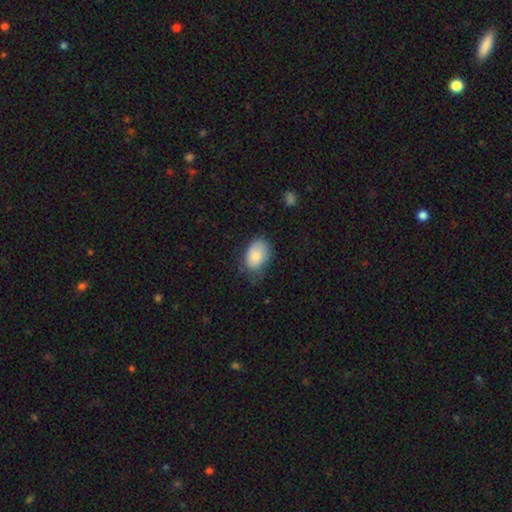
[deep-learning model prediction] smooth-or-featured: smooth: 84% | featured or disk: 9% | star or artifact: 7%
  how-rounded: in between: 87% | round: 12% | cigar-shaped: 1%
  merging: none: 57% | minor disturbance: 32% | major disturbance: 9% | merger: 2%